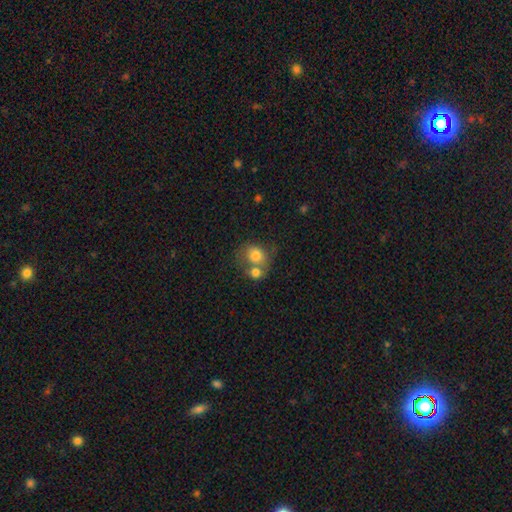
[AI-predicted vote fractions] Morphology: type=smooth (76%); roundness=round (68%); merging=merger (53%).